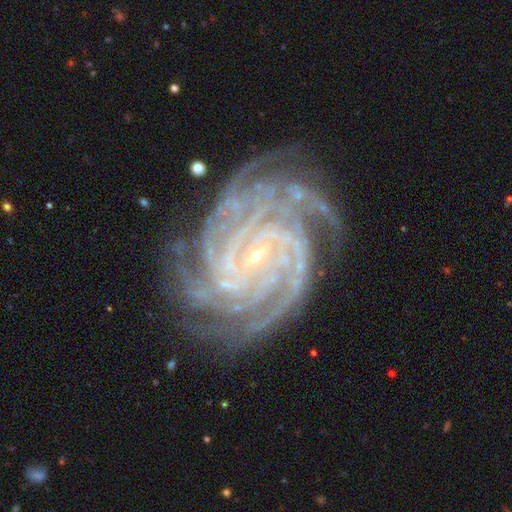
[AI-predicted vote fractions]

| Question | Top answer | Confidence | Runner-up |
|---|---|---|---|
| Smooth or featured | featured or disk | 93% | star or artifact (5%) |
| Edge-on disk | no | 98% | yes (2%) |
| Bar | no | 48% | weak (32%) |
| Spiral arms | yes | 99% | no (1%) |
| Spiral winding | tight | 83% | medium (15%) |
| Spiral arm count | more than 4 | 36% | 4 (28%) |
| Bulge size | small | 88% | moderate (8%) |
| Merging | none | 78% | minor disturbance (15%) |